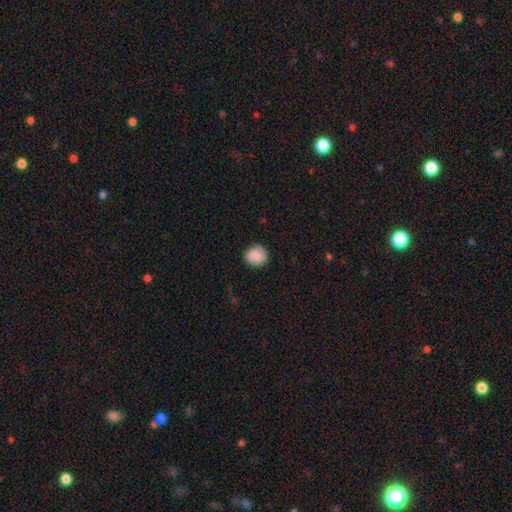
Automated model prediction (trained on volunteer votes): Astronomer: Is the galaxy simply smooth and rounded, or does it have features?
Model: smooth — 87%.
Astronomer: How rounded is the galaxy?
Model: round — 88%.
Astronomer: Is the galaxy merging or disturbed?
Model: none — 87%.